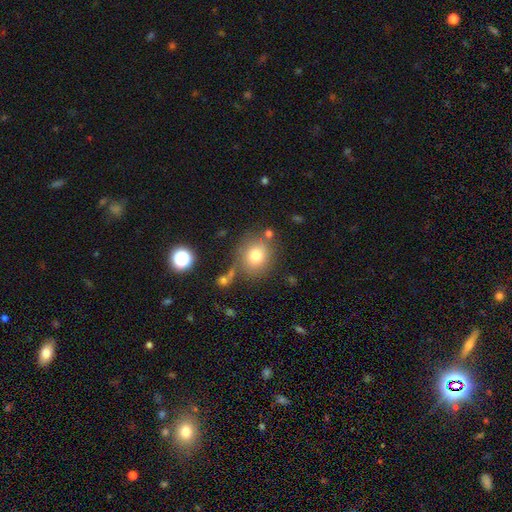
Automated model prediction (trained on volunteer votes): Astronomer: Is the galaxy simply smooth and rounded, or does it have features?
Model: smooth — 77%.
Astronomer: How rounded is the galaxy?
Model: round — 79%.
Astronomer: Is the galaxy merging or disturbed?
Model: none — 72%.